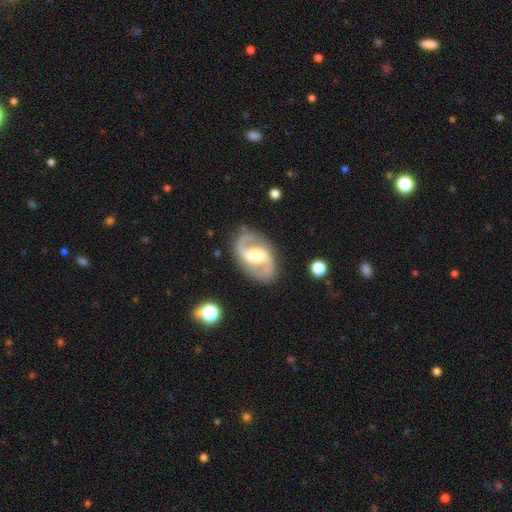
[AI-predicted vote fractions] Smooth or featured? Predicted: featured or disk (p=0.88). Edge-on disk? Predicted: no (p=0.97). Bar? Predicted: weak (p=0.47). Spiral arms? Predicted: yes (p=0.96). Spiral winding? Predicted: medium (p=0.56). Spiral arm count? Predicted: 2 (p=0.93). Bulge size? Predicted: moderate (p=0.59). Merging? Predicted: none (p=0.83).